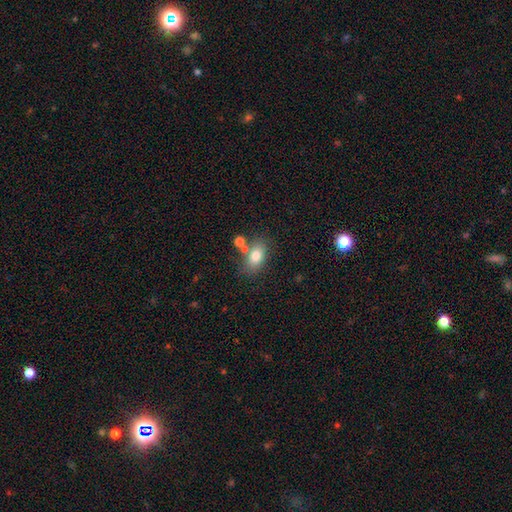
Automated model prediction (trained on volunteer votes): Smooth or featured? smooth (78%)
How rounded? in between (83%)
Merging? none (65%)